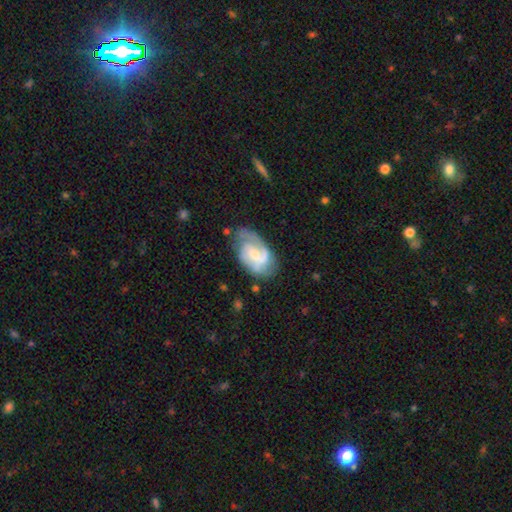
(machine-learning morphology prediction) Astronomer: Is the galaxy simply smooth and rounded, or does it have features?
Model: featured or disk — 76%.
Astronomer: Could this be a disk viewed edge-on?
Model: no — 97%.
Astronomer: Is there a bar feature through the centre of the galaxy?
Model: weak — 46% (runner-up: no, 44%).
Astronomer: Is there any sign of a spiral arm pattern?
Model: yes — 91%.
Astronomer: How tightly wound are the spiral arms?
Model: medium — 46% (runner-up: tight, 32%).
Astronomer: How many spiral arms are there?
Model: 2 — 57%.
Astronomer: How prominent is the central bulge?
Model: small — 56% (runner-up: moderate, 35%).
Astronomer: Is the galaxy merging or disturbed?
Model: none — 55%.